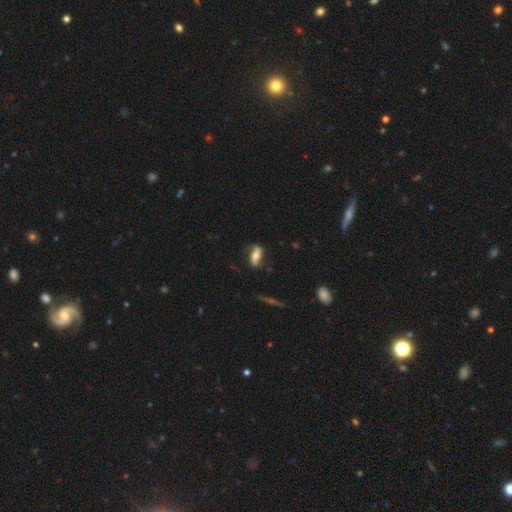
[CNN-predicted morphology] Smooth or featured? featured or disk (53%)
Edge-on disk? no (81%)
Merging? none (70%)